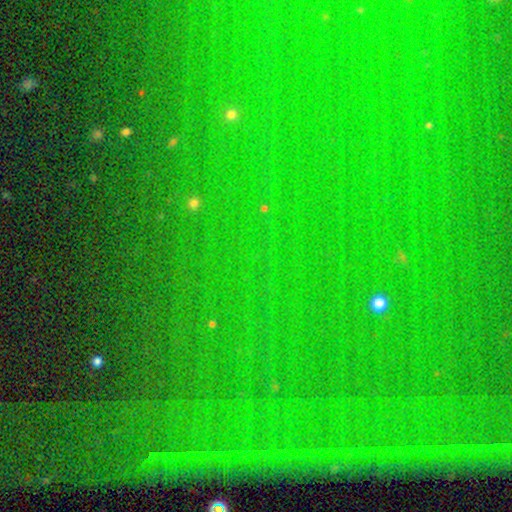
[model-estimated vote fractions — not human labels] A star or artifact, not a galaxy (81%).

Vote fractions:
- Smooth or featured? star or artifact: 81% / smooth: 11% / featured or disk: 7%